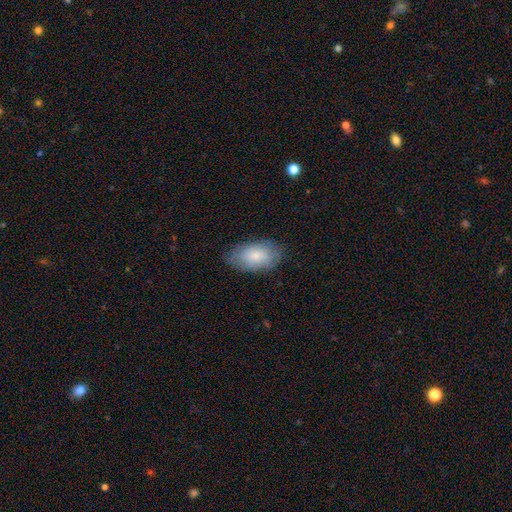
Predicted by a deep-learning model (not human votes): Morphology: type=smooth (77%); roundness=in between (94%); merging=none (77%).